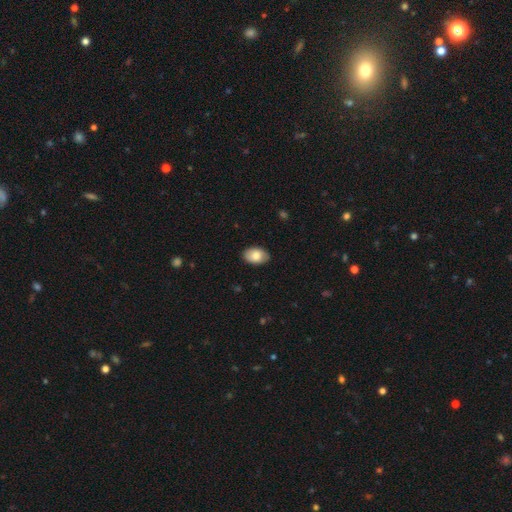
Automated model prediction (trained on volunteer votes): Smooth or featured?
  - smooth: 82% *
  - featured or disk: 12%
  - star or artifact: 6%
How rounded?
  - in between: 89% *
  - round: 10%
  - cigar-shaped: 1%
Merging?
  - none: 86% *
  - minor disturbance: 11%
  - major disturbance: 2%
  - merger: 1%